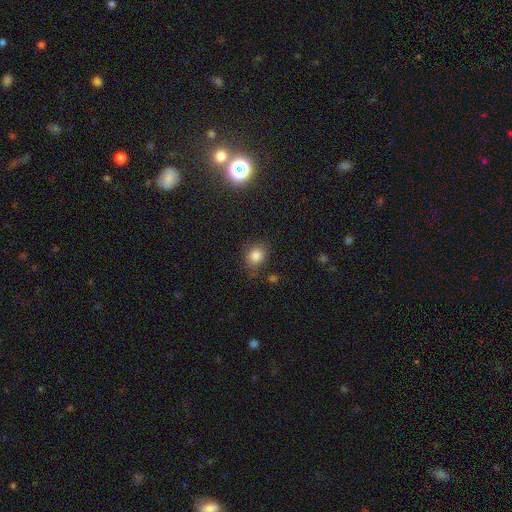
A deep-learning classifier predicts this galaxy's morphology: Smooth or featured: smooth — 82% (star or artifact — 12%)
How rounded: round — 59% (in between — 40%)
Merging: none — 78% (minor disturbance — 15%)